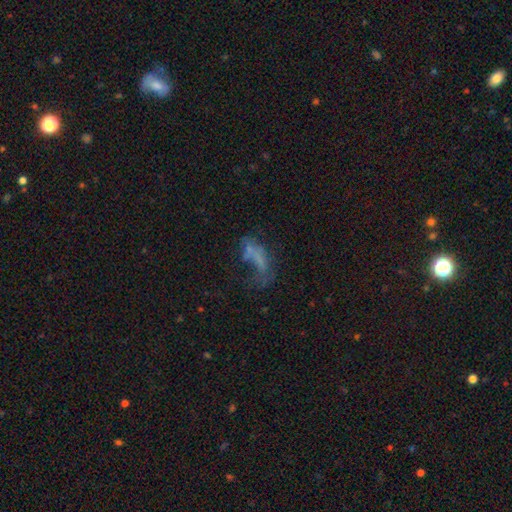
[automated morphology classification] smooth-or-featured: featured or disk: 41% | smooth: 38% | star or artifact: 21%
  merging: major disturbance: 45% | none: 27% | minor disturbance: 14% | merger: 14%